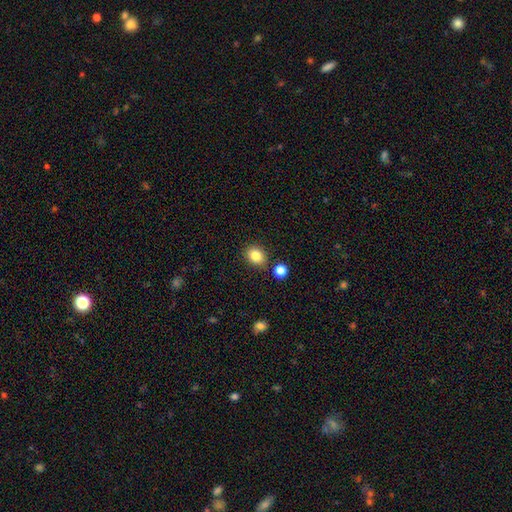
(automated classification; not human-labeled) A smooth galaxy with no disk features (85%) that is round (59%).

Vote fractions:
- Smooth or featured? smooth: 85% / star or artifact: 10% / featured or disk: 5%
- How rounded? round: 59% / in between: 40% / cigar-shaped: 1%
- Merging? none: 84% / minor disturbance: 9% / merger: 5% / major disturbance: 2%